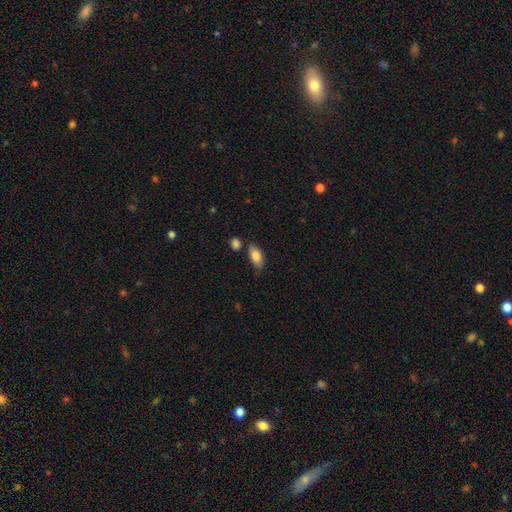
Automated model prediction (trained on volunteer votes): smooth-or-featured: smooth: 83% | featured or disk: 10% | star or artifact: 7%
  how-rounded: in between: 89% | cigar-shaped: 8% | round: 3%
  merging: none: 71% | minor disturbance: 16% | merger: 9% | major disturbance: 3%